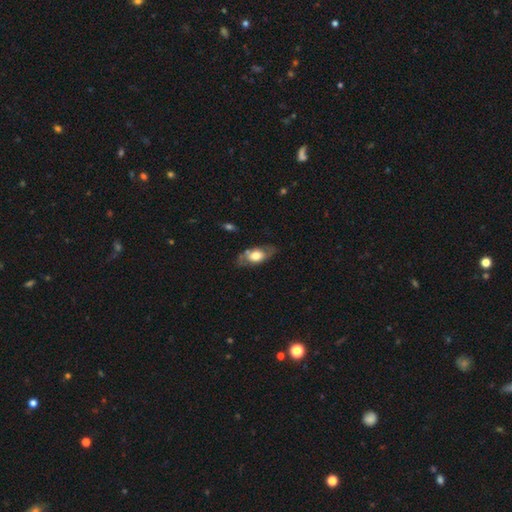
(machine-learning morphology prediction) featured or disk 48%, smooth 46%, star or artifact 6%. Down the decision tree: merging — none (68%).